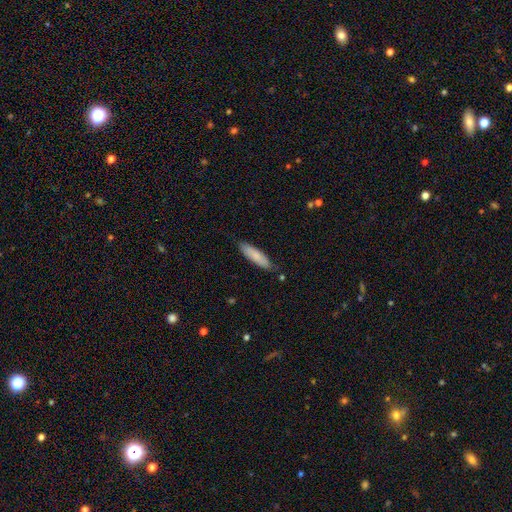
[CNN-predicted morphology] smooth 81%, featured or disk 13%, star or artifact 5%. Down the decision tree: how rounded — cigar-shaped (63%); merging — none (81%).